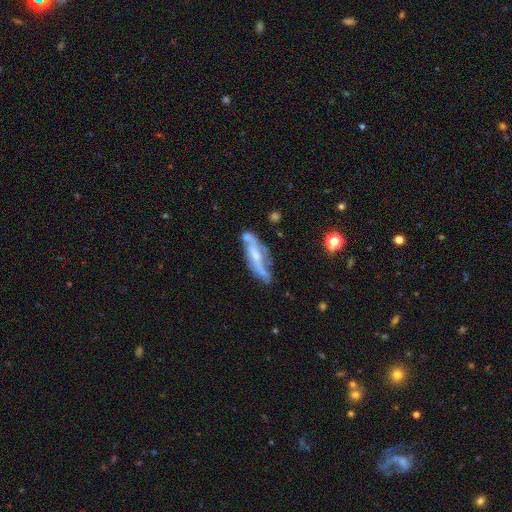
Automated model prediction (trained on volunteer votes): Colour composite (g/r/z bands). It shows a featured or disk galaxy (65%). Merging: none (54%).